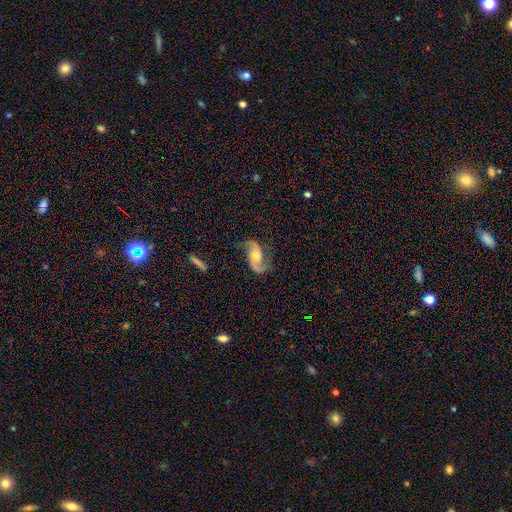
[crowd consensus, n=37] Morphology: type=featured or disk (86%); edge-on=no (94%); bar=no (70%); spiral arms=yes (97%); winding=loose (55%); arm count=2 (97%); bulge=moderate (57%); merging=none (82%).